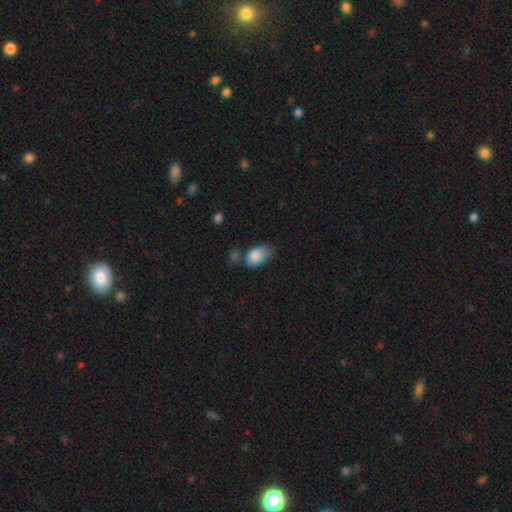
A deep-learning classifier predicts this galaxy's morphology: This appears to be a smooth galaxy with no disk features (86%) that is in between round and cigar-shaped (90%). Merging: none (45%).